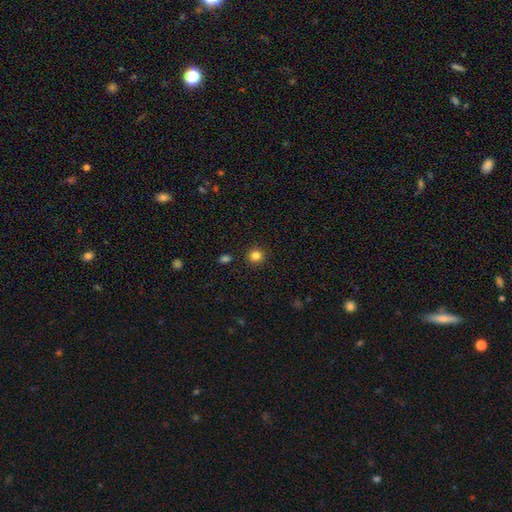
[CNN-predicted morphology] Smooth or featured: smooth — 83% (star or artifact — 12%)
How rounded: round — 90% (in between — 9%)
Merging: none — 91% (minor disturbance — 6%)